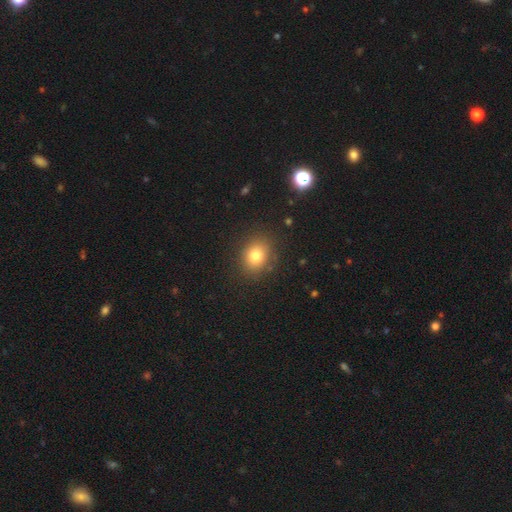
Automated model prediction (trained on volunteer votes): smooth-or-featured: smooth: 80% | star or artifact: 12% | featured or disk: 8%
  how-rounded: round: 58% | in between: 41% | cigar-shaped: 1%
  merging: none: 85% | minor disturbance: 10% | major disturbance: 3% | merger: 1%